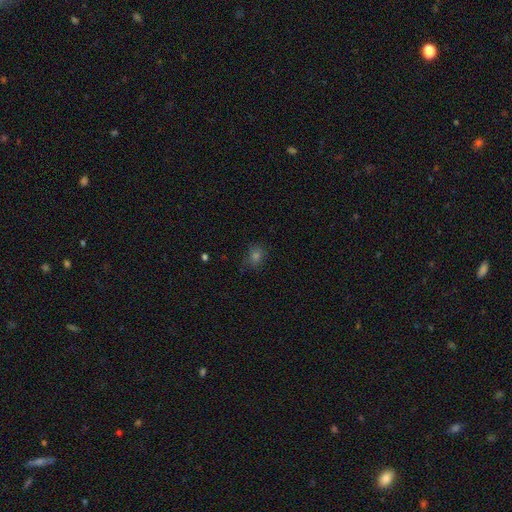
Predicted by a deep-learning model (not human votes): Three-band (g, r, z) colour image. It shows a smooth galaxy with no disk features (68%) that is round (70%). Merging: none (81%).